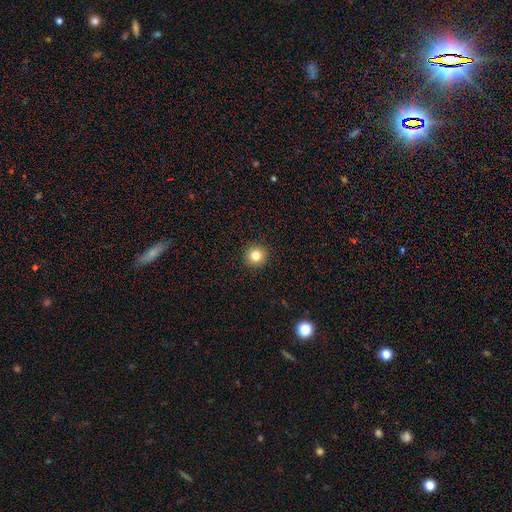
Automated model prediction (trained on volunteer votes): The model was most divided on "smooth or featured": smooth: 83%, star or artifact: 11%, featured or disk: 6%. More confident: how rounded — round (94%); merging — none (93%).